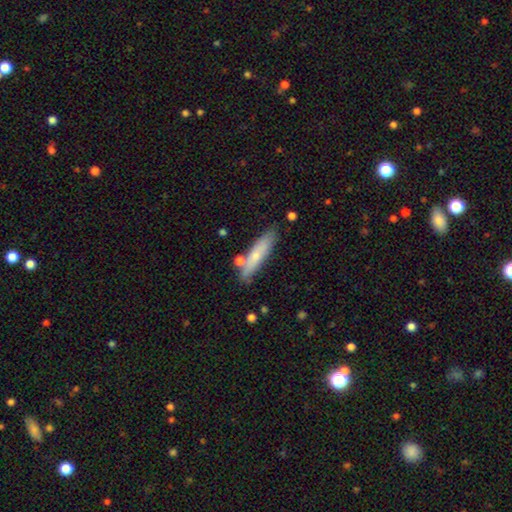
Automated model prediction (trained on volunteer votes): A smooth galaxy with no disk features (64%) that is cigar-shaped (77%).

Vote fractions:
- Smooth or featured? smooth: 64% / featured or disk: 29% / star or artifact: 6%
- How rounded? cigar-shaped: 77% / in between: 22% / round: 2%
- Merging? none: 76% / minor disturbance: 14% / merger: 7% / major disturbance: 3%